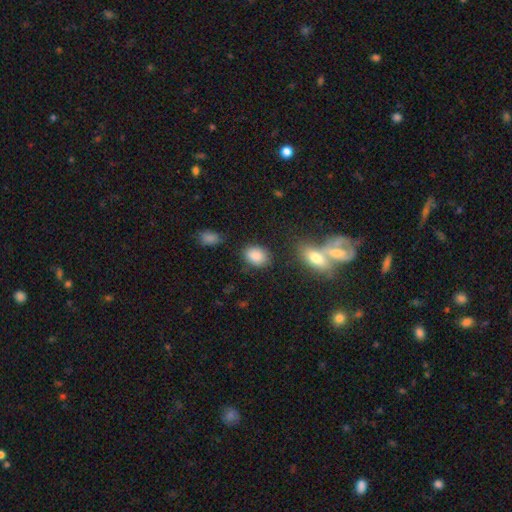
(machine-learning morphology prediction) smooth_or_featured: smooth (p=0.87) [alt: star or artifact p=0.08]
how_rounded: in between (p=0.72) [alt: round p=0.27]
merging: none (p=0.80) [alt: minor disturbance p=0.13]